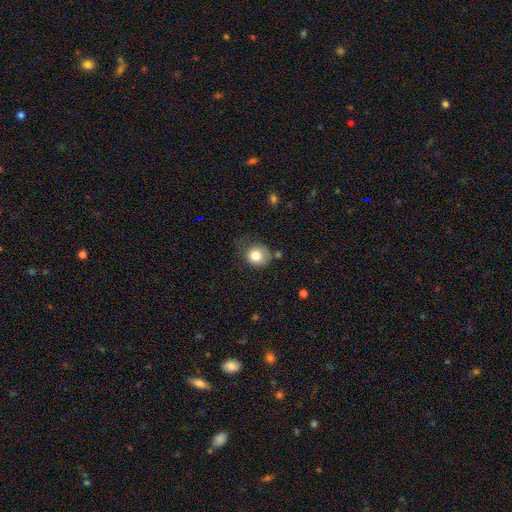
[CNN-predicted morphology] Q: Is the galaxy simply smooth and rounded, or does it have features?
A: smooth — 80%.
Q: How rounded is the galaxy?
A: round — 79%.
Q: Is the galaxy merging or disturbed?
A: none — 56%.